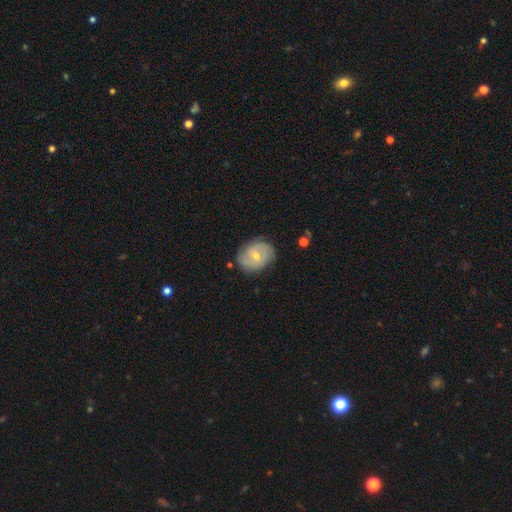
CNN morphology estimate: smooth_or_featured: featured or disk (p=0.74) [alt: smooth p=0.20]
disk_edge_on: no (p=0.97) [alt: yes p=0.03]
bar: no (p=0.49) [alt: weak p=0.44]
has_spiral_arms: yes (p=0.90) [alt: no p=0.10]
spiral_winding: tight (p=0.56) [alt: medium p=0.33]
spiral_arm_count: 2 (p=0.45) [alt: can't tell p=0.26]
bulge_size: moderate (p=0.53) [alt: small p=0.44]
merging: none (p=0.78) [alt: minor disturbance p=0.16]